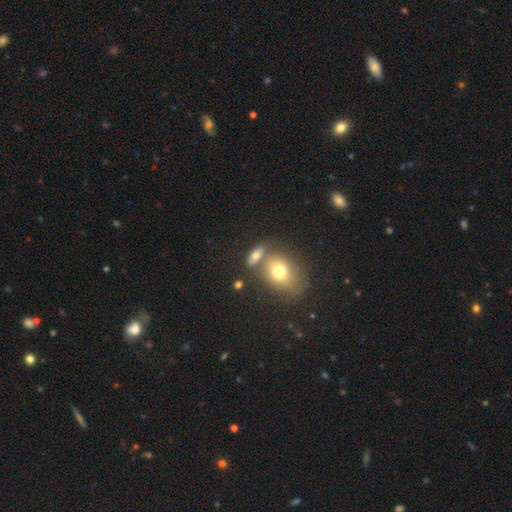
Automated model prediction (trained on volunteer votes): Morphology: type=smooth (69%); roundness=in between (69%); merging=none (55%).